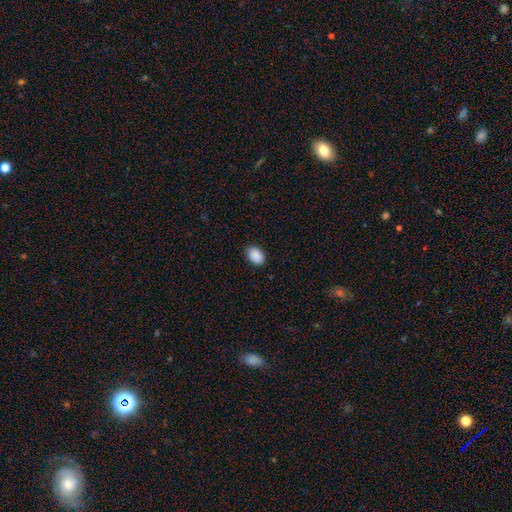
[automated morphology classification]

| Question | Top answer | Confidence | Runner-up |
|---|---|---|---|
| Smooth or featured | smooth | 90% | star or artifact (7%) |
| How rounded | in between | 82% | round (17%) |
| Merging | none | 87% | minor disturbance (10%) |